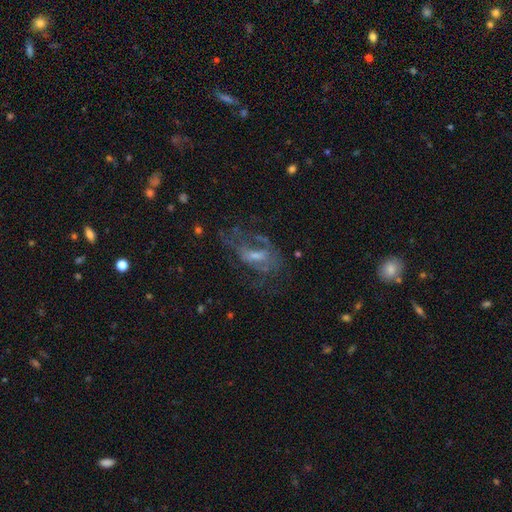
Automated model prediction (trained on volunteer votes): Smooth or featured: featured or disk — 66% (smooth — 20%)
Edge-on disk: no — 94% (yes — 6%)
Bar: no — 44% (weak — 43%)
Spiral arms: yes — 55% (no — 45%)
Bulge size: small — 45% (moderate — 37%)
Merging: none — 46% (major disturbance — 32%)